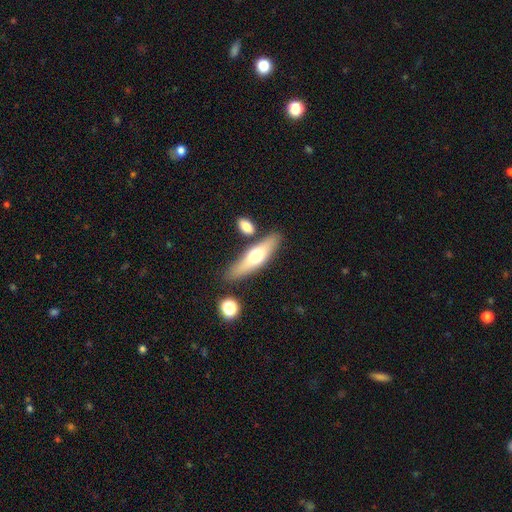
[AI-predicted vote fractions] smooth_or_featured: smooth (p=0.53) [alt: featured or disk p=0.41]
how_rounded: cigar-shaped (p=0.66) [alt: in between p=0.31]
merging: none (p=0.78) [alt: minor disturbance p=0.11]